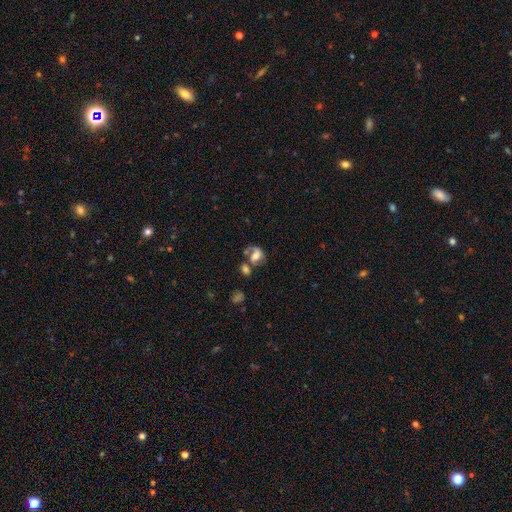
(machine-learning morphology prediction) smooth_or_featured: featured or disk (p=0.49) [alt: smooth p=0.41]
merging: merger (p=0.33) [tied with: none p=0.33]